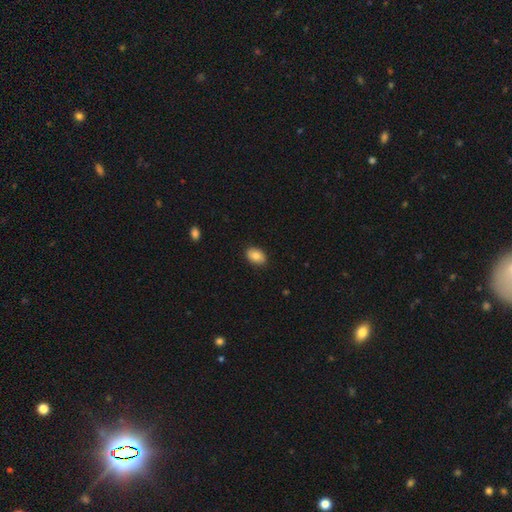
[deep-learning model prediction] Morphology: type=smooth (83%); roundness=in between (84%); merging=none (88%).